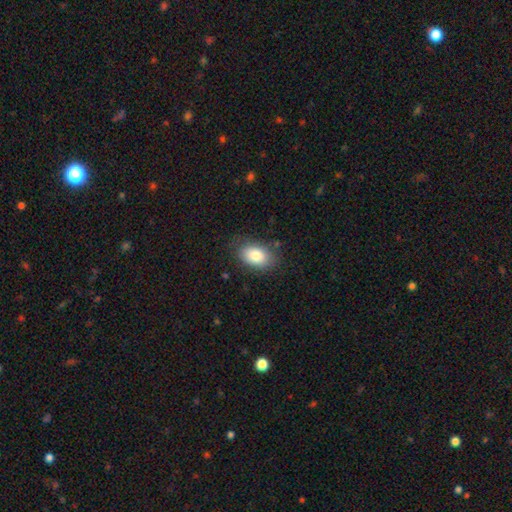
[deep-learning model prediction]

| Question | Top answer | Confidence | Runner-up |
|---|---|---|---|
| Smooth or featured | smooth | 82% | featured or disk (11%) |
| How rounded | in between | 88% | round (11%) |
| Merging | none | 79% | minor disturbance (15%) |